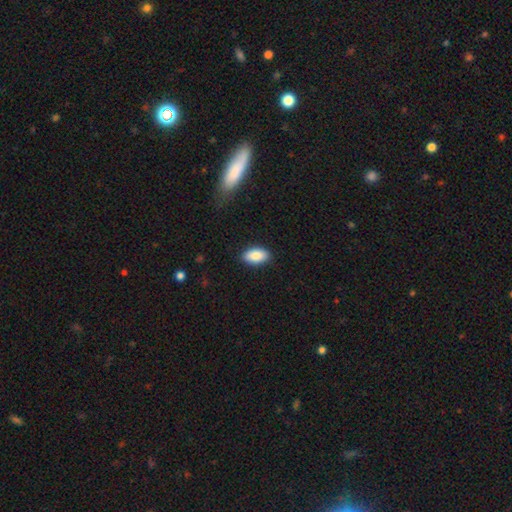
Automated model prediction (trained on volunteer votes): Q: Smooth or featured?
A: smooth (86%); runner-up: featured or disk (7%)
Q: How rounded?
A: in between (93%); runner-up: round (4%)
Q: Merging?
A: none (89%); runner-up: minor disturbance (8%)